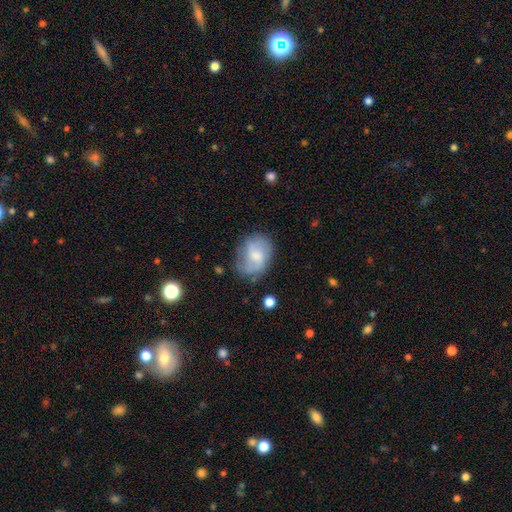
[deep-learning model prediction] Morphology: type=featured or disk (46%, tied with smooth); merging=none (61%).